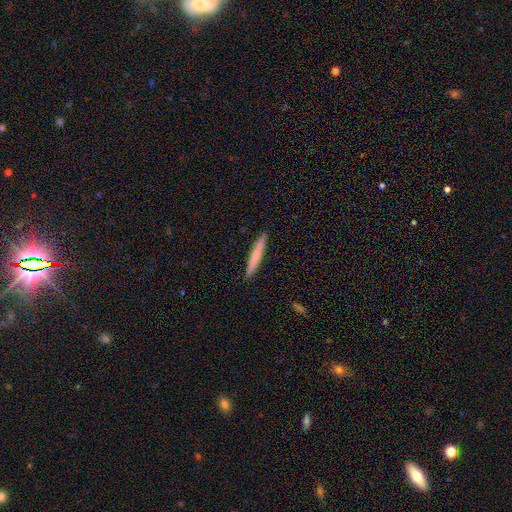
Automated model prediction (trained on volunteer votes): A smooth galaxy with no disk features (69%) that is cigar-shaped (96%). Merging: none (92%).